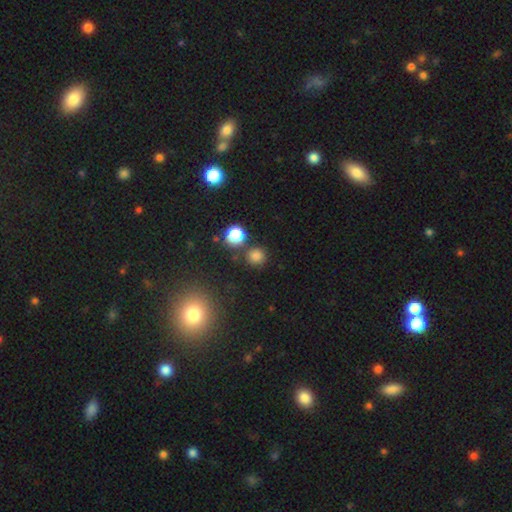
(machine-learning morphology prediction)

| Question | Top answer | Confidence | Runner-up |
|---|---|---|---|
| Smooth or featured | smooth | 76% | star or artifact (19%) |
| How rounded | round | 91% | in between (8%) |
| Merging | none | 78% | merger (10%) |